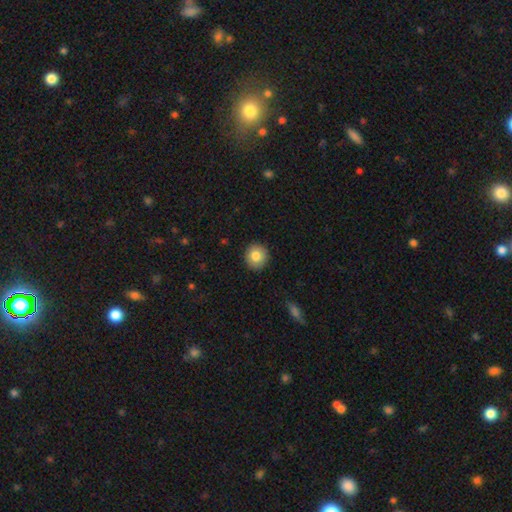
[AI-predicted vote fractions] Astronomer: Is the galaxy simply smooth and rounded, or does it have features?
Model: smooth — 83%.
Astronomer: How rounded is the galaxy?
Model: round — 91%.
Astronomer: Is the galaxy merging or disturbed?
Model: none — 91%.